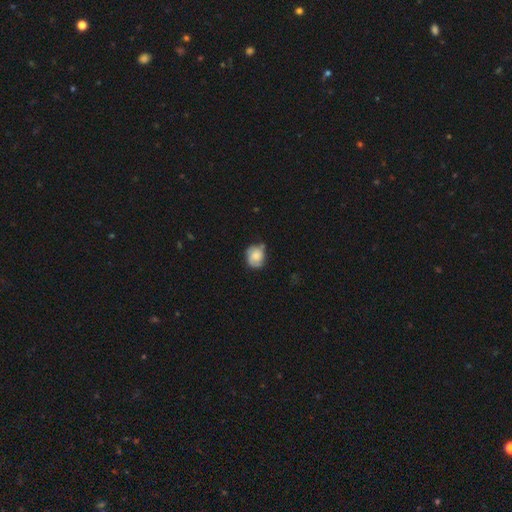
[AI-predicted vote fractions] smooth-or-featured: smooth: 56% | featured or disk: 36% | star or artifact: 8%
  how-rounded: round: 63% | in between: 36% | cigar-shaped: 1%
  merging: none: 57% | minor disturbance: 31% | major disturbance: 9% | merger: 3%